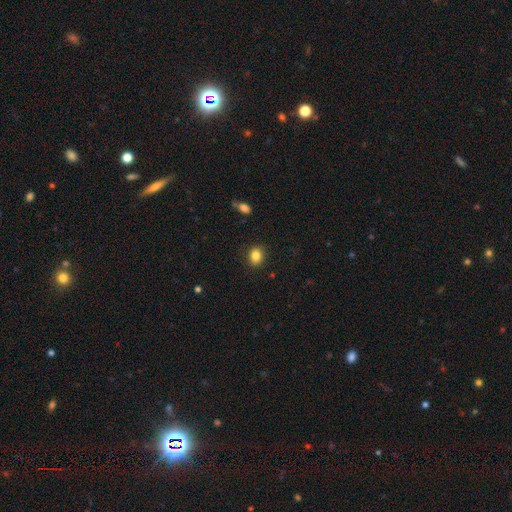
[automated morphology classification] Smooth or featured: smooth — 84% (star or artifact — 10%)
How rounded: round — 55% (in between — 44%)
Merging: none — 87% (minor disturbance — 9%)